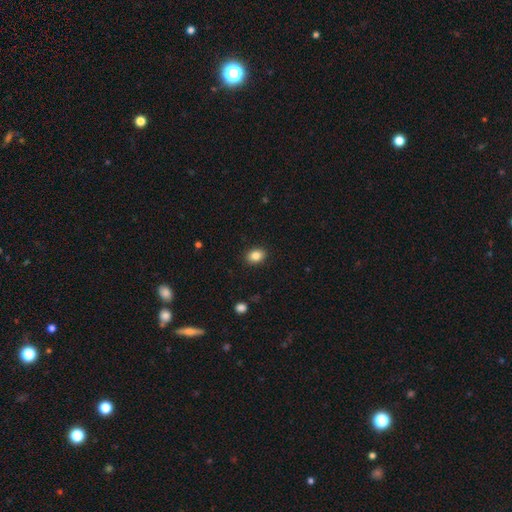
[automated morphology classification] type=smooth (85%); roundness=in between (69%); merging=none (89%).